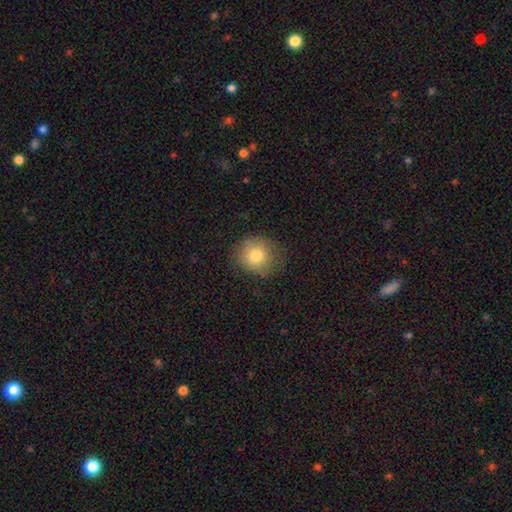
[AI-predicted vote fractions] Smooth or featured?
  - smooth: 80% *
  - featured or disk: 11%
  - star or artifact: 10%
How rounded?
  - round: 86% *
  - in between: 13%
  - cigar-shaped: 1%
Merging?
  - none: 77% *
  - minor disturbance: 16%
  - major disturbance: 5%
  - merger: 1%